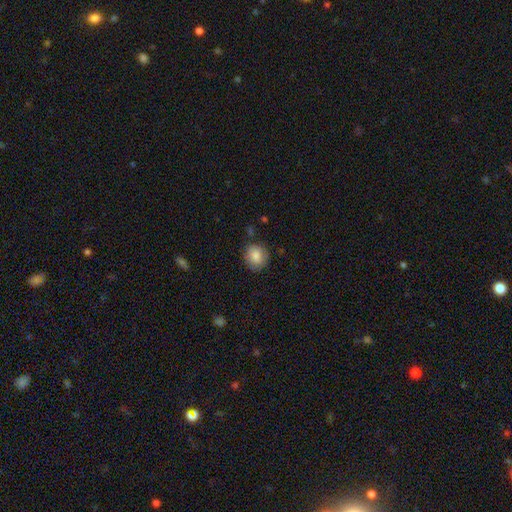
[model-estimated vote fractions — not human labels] Smooth or featured? Predicted: smooth (p=0.84). How rounded? Predicted: round (p=0.78). Merging? Predicted: none (p=0.79).